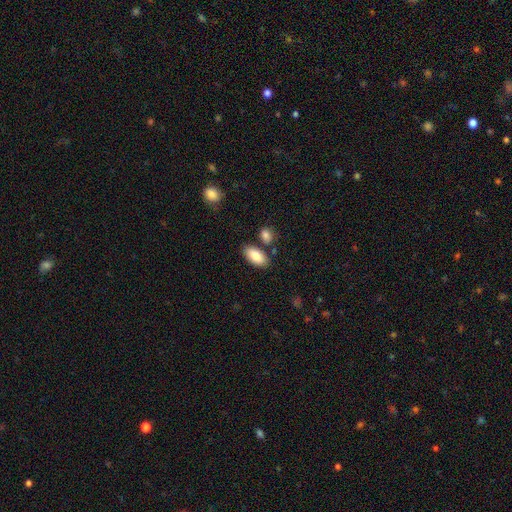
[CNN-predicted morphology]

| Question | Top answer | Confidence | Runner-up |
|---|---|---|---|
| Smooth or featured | smooth | 84% | featured or disk (10%) |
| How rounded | in between | 94% | cigar-shaped (4%) |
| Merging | none | 78% | minor disturbance (11%) |